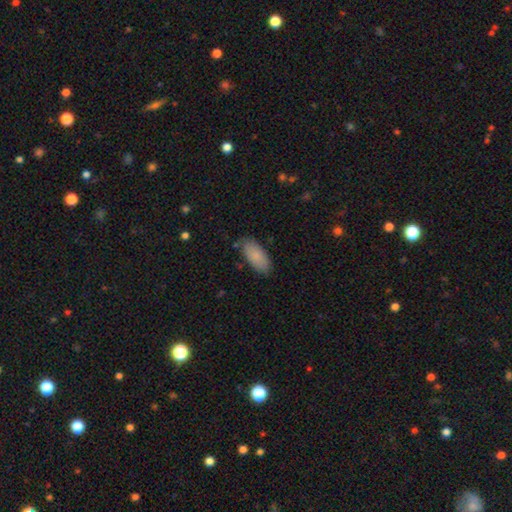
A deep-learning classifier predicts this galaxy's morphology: A smooth galaxy with no disk features (84%) that is in between round and cigar-shaped (90%). Merging: none (81%).